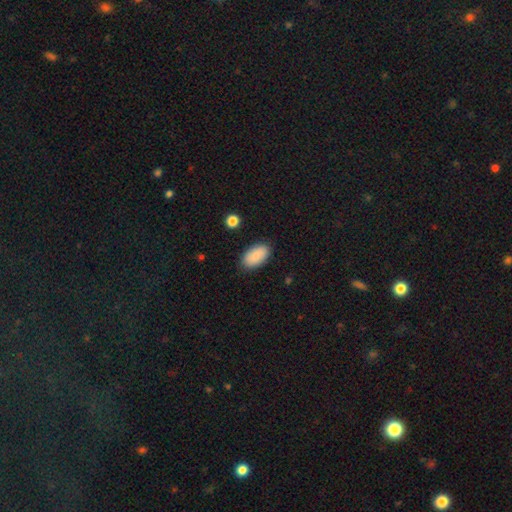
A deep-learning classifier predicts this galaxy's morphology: type=smooth (86%); roundness=in between (94%); merging=none (86%).